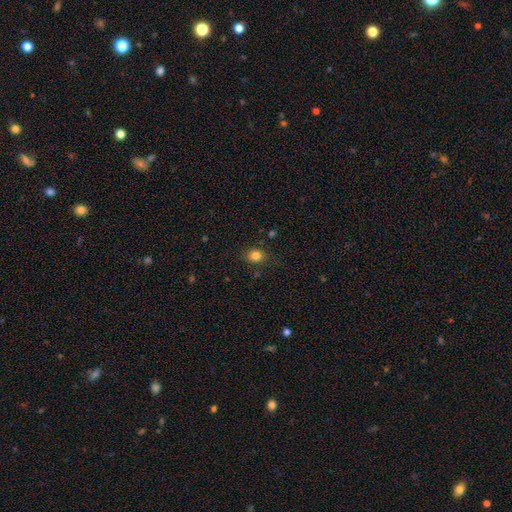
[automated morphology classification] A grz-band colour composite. It shows a smooth galaxy with no disk features (82%) that is round (56%). Merging: none (83%).